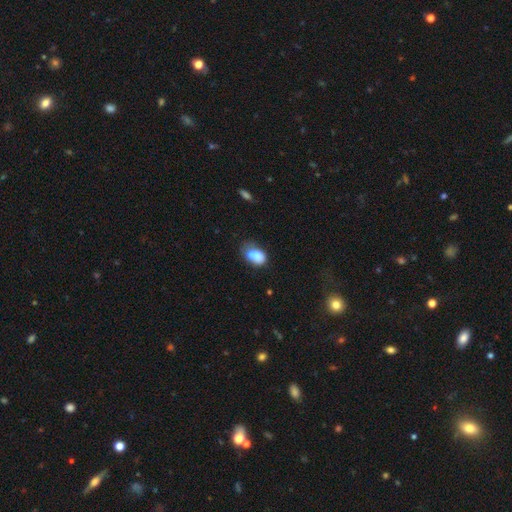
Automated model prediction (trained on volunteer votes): Morphology: type=smooth (74%); roundness=in between (79%); merging=merger (39%).